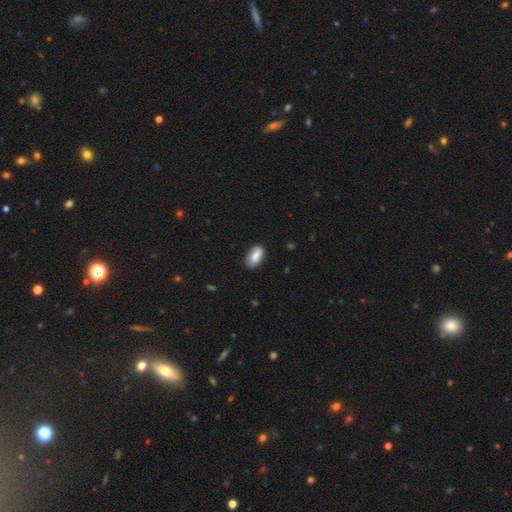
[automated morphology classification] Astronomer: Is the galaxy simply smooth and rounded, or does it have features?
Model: smooth — 83%.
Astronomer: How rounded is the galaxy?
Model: in between — 92%.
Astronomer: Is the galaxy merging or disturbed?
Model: none — 84%.